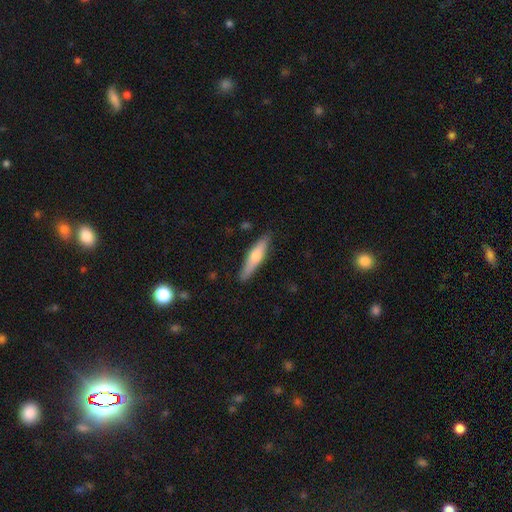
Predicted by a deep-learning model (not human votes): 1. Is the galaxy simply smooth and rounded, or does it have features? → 57% smooth, 37% featured or disk, 5% star or artifact.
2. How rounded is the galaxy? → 80% cigar-shaped, 18% in between, 2% round.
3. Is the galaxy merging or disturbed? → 86% none, 11% minor disturbance, 2% major disturbance, 1% merger.